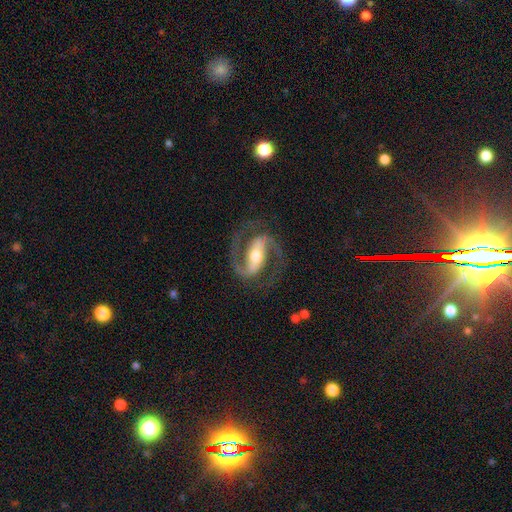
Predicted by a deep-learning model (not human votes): This is clearly a featured or disk galaxy (91%). It is clearly not viewed edge-on (97%). Bar: possibly strong (60%). Spiral arm pattern: clearly yes (97%). Spiral arm count: clearly 2 (94%). Spiral winding: likely medium (63%). Central bulge: likely moderate (65%). Merging: clearly none (80%).